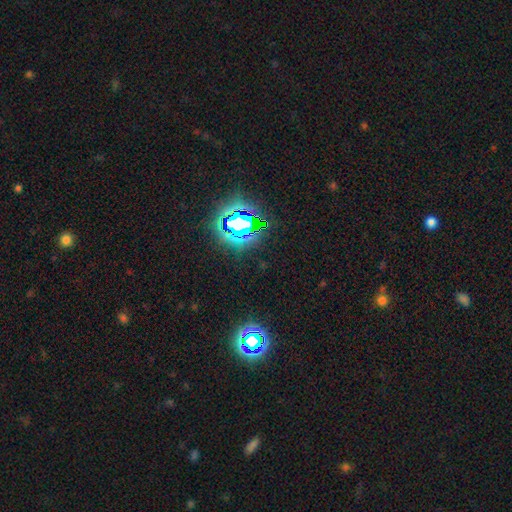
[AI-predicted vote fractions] smooth-or-featured: star or artifact: 80% | smooth: 13% | featured or disk: 6%